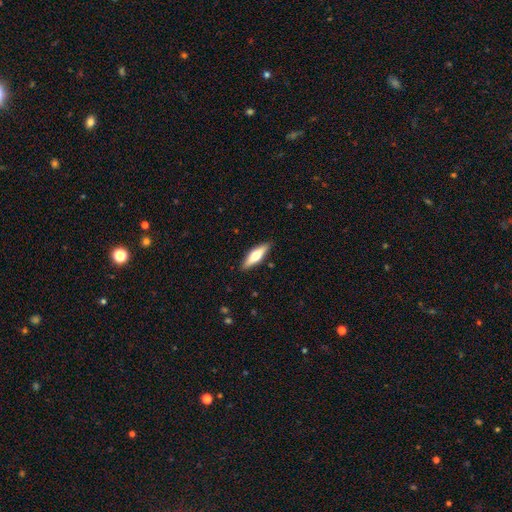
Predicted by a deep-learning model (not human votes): Smooth or featured: smooth — 54% (featured or disk — 40%)
How rounded: cigar-shaped — 56% (in between — 42%)
Merging: none — 88% (minor disturbance — 9%)